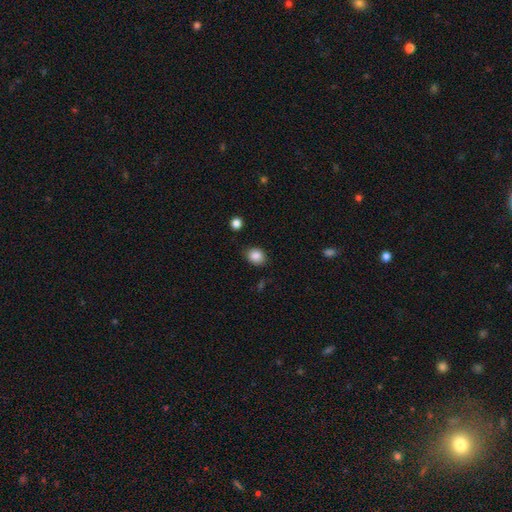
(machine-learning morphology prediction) Smooth or featured: smooth — 87% (star or artifact — 9%)
How rounded: round — 56% (in between — 43%)
Merging: none — 82% (minor disturbance — 13%)